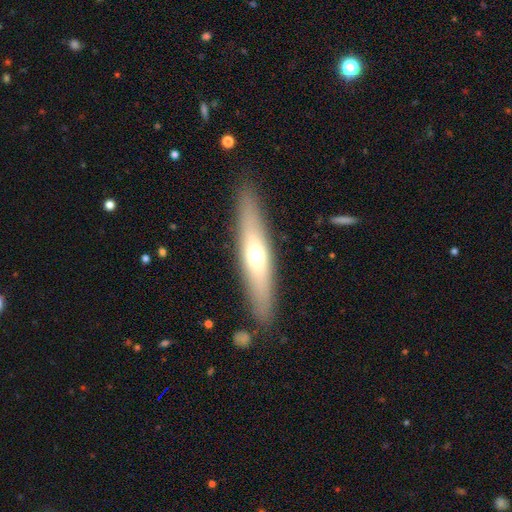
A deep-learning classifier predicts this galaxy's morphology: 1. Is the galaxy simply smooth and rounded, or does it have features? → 49% smooth, 45% featured or disk, 6% star or artifact.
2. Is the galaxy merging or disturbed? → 87% none, 8% minor disturbance, 2% major disturbance, 2% merger.